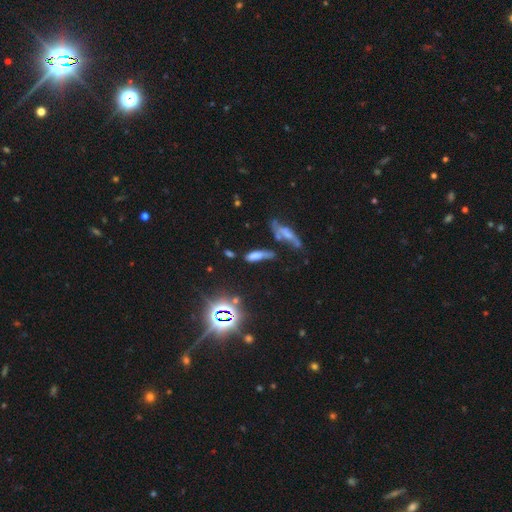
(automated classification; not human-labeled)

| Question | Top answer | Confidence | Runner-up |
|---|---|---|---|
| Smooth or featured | smooth | 56% | star or artifact (23%) |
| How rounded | cigar-shaped | 48% | tied: in between (48%) |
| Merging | none | 41% | minor disturbance (23%) |